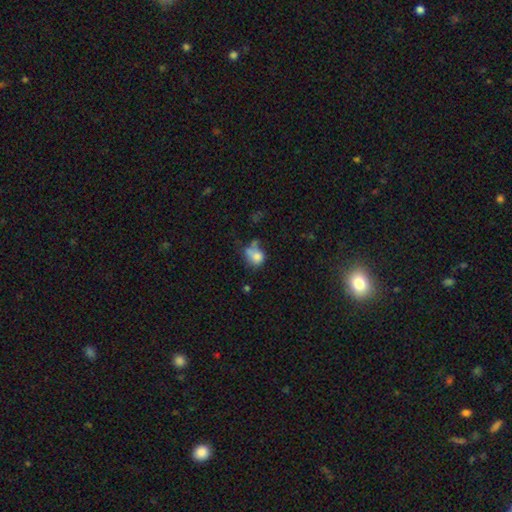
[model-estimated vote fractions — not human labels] Overall: smooth (74%). How rounded: round (52%; in between 46%). Merging: none (32%; merger 25%).